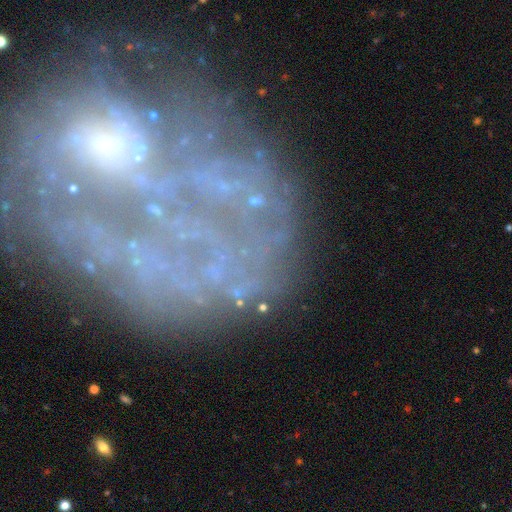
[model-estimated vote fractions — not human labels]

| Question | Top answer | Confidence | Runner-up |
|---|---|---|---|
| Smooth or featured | featured or disk | 67% | star or artifact (18%) |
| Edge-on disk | no | 96% | yes (4%) |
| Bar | no | 76% | weak (15%) |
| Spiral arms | no | 59% | yes (41%) |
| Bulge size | none | 55% | small (23%) |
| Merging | major disturbance | 36% | none (32%) |